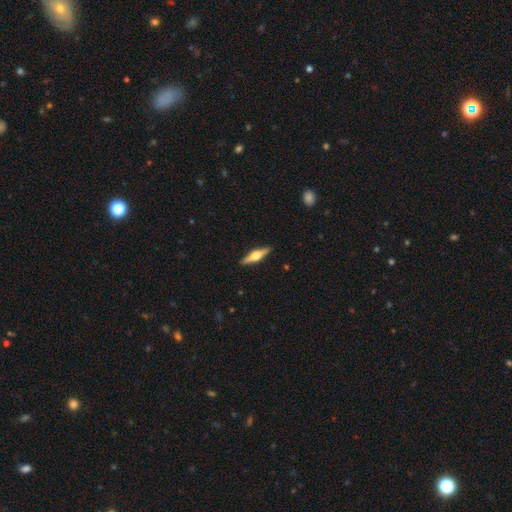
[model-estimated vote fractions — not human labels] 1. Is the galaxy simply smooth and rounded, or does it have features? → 66% featured or disk, 29% smooth, 5% star or artifact.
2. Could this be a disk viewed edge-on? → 97% yes, 3% no.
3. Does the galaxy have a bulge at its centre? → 94% rounded, 4% boxy, 2% none.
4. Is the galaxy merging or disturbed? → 91% none, 6% minor disturbance, 1% major disturbance, 1% merger.